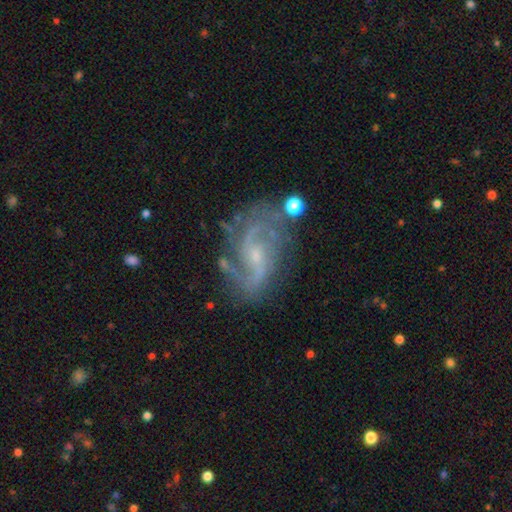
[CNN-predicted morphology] Smooth or featured? featured or disk (87%)
Edge-on disk? no (97%)
Bar? no (49%)
Spiral arms? yes (96%)
Spiral winding? medium (50%)
Spiral arm count? 2 (67%)
Bulge size? small (75%)
Merging? none (66%)